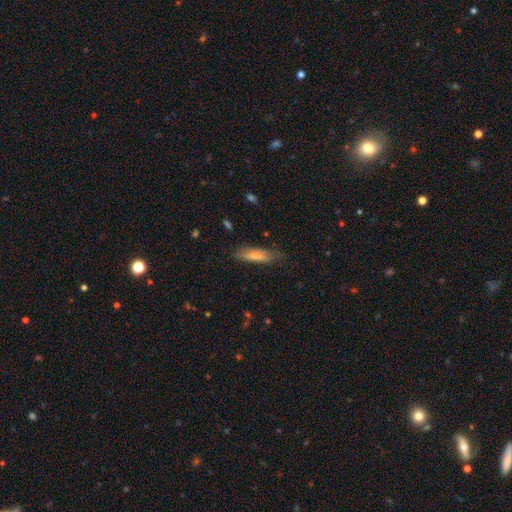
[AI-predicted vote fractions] Smooth or featured? smooth (76%)
How rounded? cigar-shaped (68%)
Merging? none (73%)